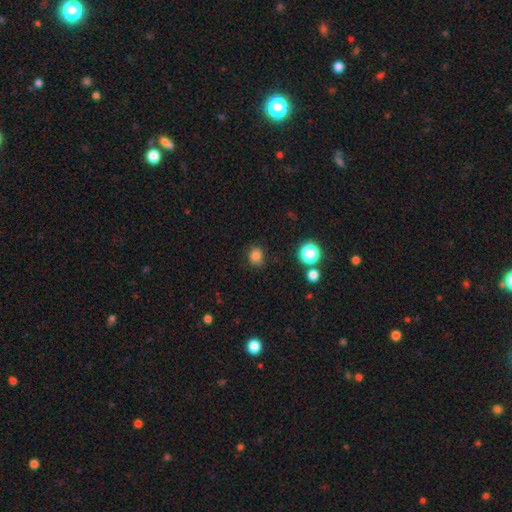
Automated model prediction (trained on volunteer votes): smooth-or-featured: smooth: 82% | star or artifact: 15% | featured or disk: 4%
  how-rounded: round: 74% | in between: 25% | cigar-shaped: 1%
  merging: none: 80% | minor disturbance: 14% | major disturbance: 4% | merger: 2%